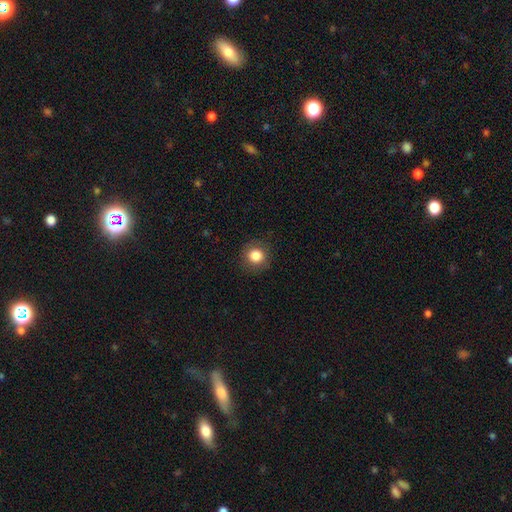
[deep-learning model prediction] Smooth or featured? Predicted: smooth (p=0.84). How rounded? Predicted: round (p=0.90). Merging? Predicted: none (p=0.88).